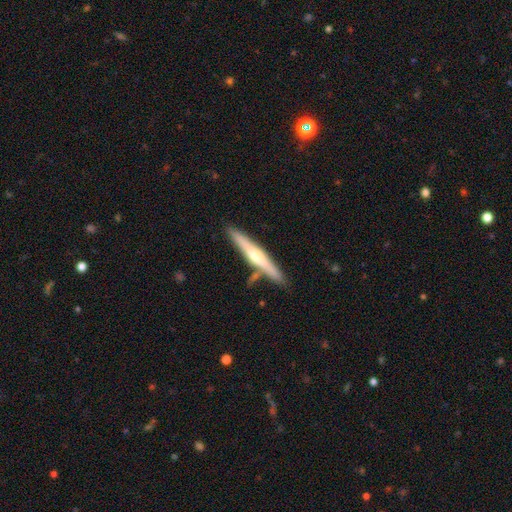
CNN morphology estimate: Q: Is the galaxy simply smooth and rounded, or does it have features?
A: featured or disk — 61%.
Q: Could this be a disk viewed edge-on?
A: yes — 96%.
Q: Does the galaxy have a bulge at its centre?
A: rounded — 82%.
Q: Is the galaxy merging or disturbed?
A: none — 84%.